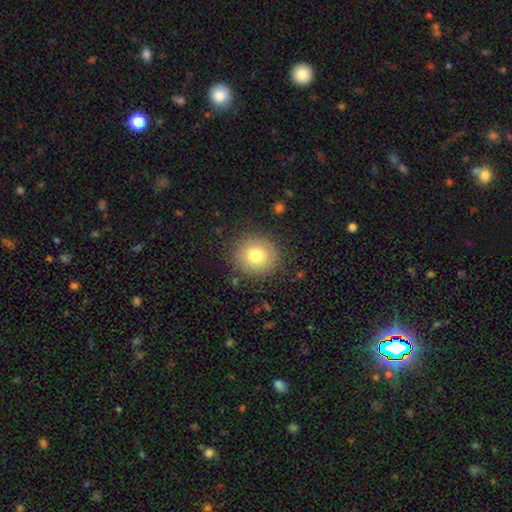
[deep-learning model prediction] Smooth or featured: smooth — 75% (featured or disk — 14%)
How rounded: round — 91% (in between — 8%)
Merging: none — 87% (minor disturbance — 8%)